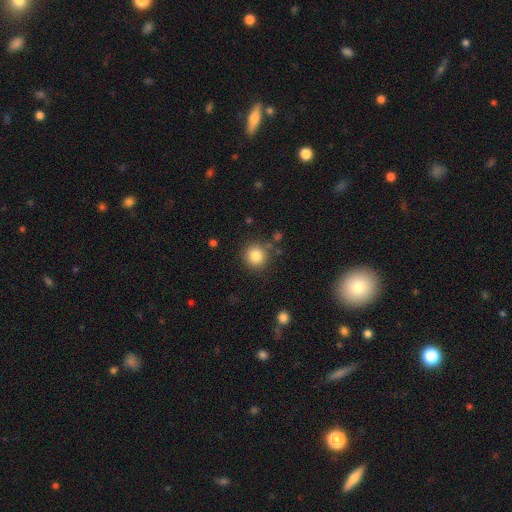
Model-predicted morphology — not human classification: smooth-or-featured: smooth: 83% | star or artifact: 11% | featured or disk: 6%
  how-rounded: round: 91% | in between: 8% | cigar-shaped: 1%
  merging: none: 83% | minor disturbance: 10% | major disturbance: 3% | merger: 3%